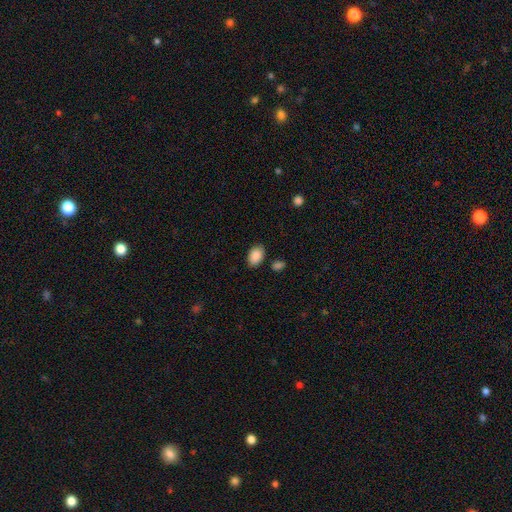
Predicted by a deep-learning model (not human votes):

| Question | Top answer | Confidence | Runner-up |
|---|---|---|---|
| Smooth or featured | smooth | 89% | star or artifact (7%) |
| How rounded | in between | 85% | round (14%) |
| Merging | none | 82% | minor disturbance (12%) |